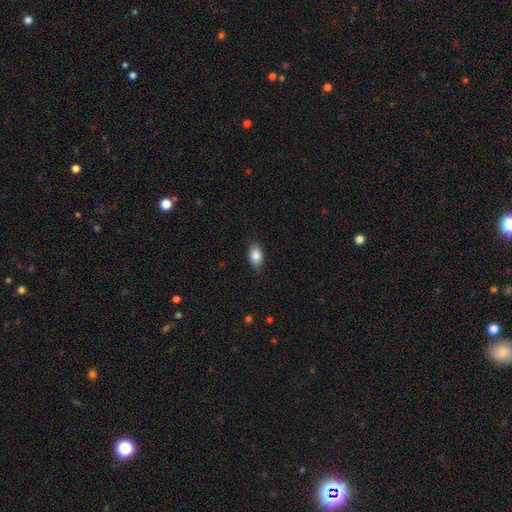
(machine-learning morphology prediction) Smooth or featured? smooth (85%)
How rounded? in between (87%)
Merging? none (83%)